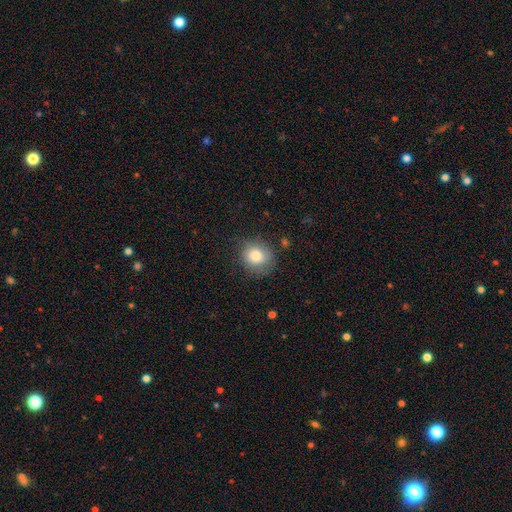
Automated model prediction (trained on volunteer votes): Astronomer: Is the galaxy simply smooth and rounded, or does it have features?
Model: smooth — 82%.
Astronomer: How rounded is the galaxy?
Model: round — 81%.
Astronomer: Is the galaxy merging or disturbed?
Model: none — 76%.